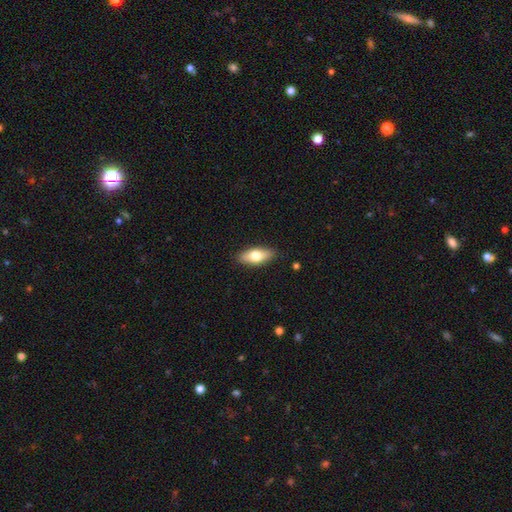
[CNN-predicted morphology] Smooth or featured? Predicted: smooth (p=0.65). How rounded? Predicted: in between (p=0.74). Merging? Predicted: none (p=0.88).